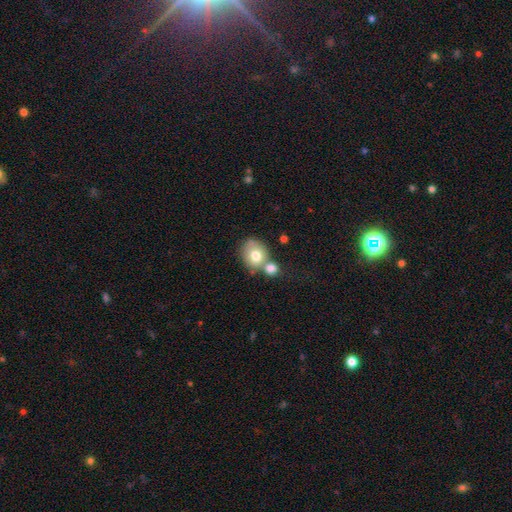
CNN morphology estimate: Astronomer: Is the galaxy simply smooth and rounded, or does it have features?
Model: smooth — 73%.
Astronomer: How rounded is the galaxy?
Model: round — 63%.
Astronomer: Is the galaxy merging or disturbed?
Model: merger — 45% (runner-up: none, 38%).